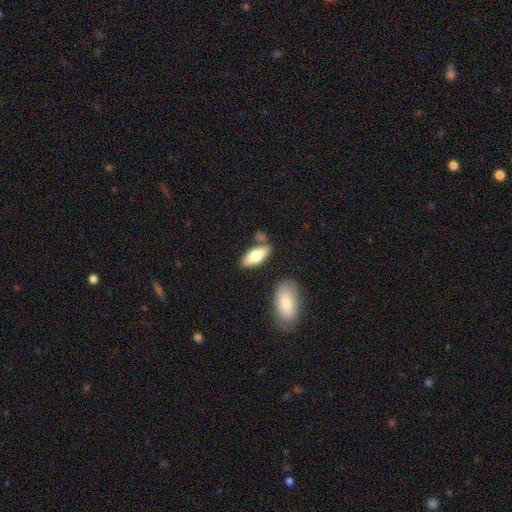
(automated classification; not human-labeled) The model was most divided on "smooth or featured": smooth: 62%, featured or disk: 32%, star or artifact: 6%. More confident: merging — none (74%); how rounded — in between (71%).